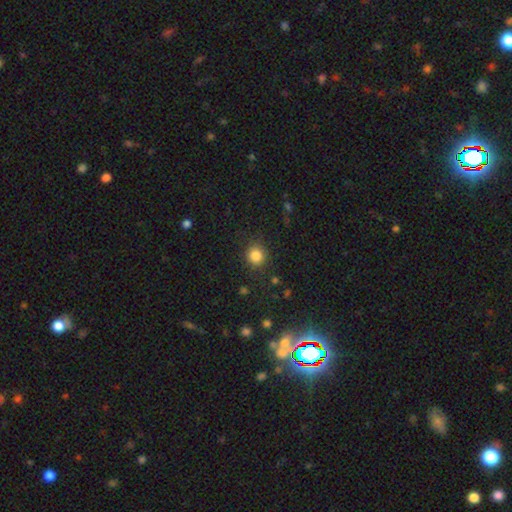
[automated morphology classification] Smooth or featured?
  - smooth: 84% *
  - star or artifact: 12%
  - featured or disk: 4%
How rounded?
  - round: 85% *
  - in between: 14%
  - cigar-shaped: 1%
Merging?
  - none: 85% *
  - minor disturbance: 10%
  - major disturbance: 4%
  - merger: 2%